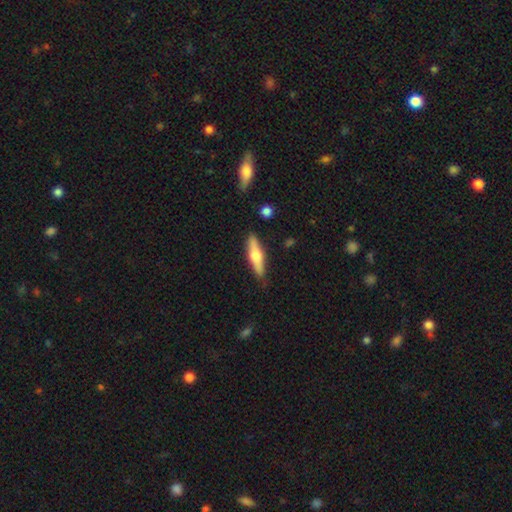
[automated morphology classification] Smooth or featured? featured or disk (50%)
Merging? none (85%)